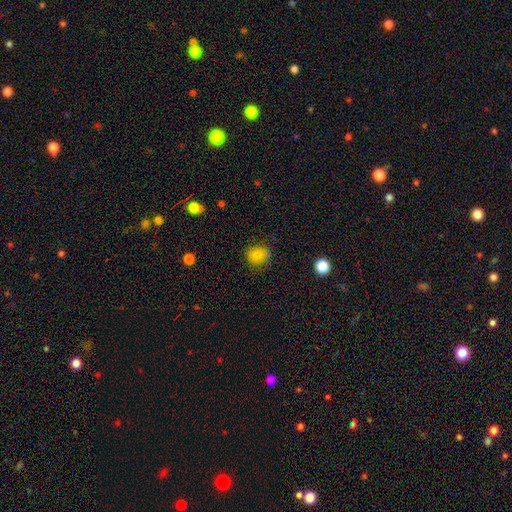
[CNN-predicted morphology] Q: Smooth or featured?
A: smooth (80%); runner-up: star or artifact (12%)
Q: How rounded?
A: round (77%); runner-up: in between (22%)
Q: Merging?
A: none (69%); runner-up: minor disturbance (21%)